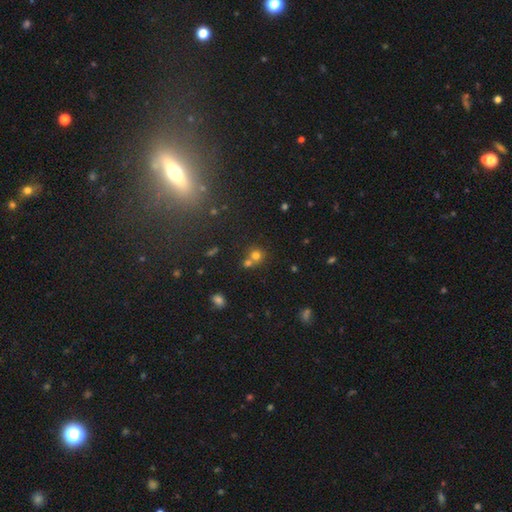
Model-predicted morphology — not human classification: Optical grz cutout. It shows a smooth galaxy with no disk features (67%) that is round (87%). Merging: none (50%).